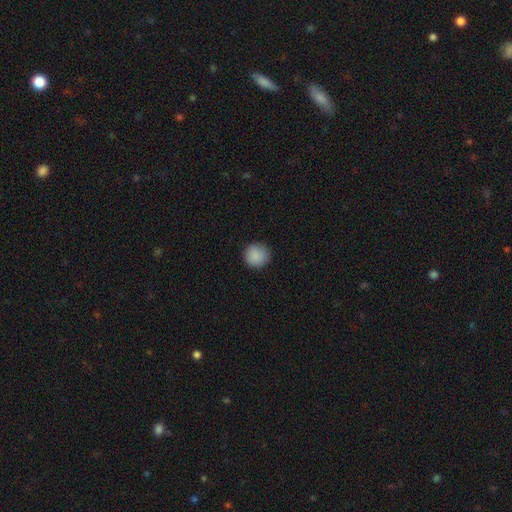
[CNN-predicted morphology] type=smooth (89%); roundness=round (93%); merging=none (87%).